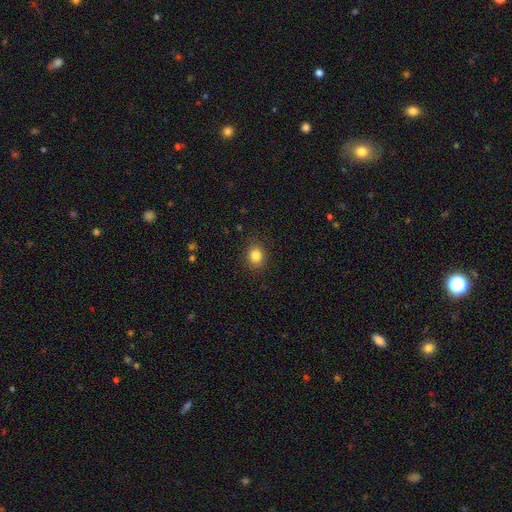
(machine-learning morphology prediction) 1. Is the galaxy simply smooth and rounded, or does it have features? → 84% smooth, 11% star or artifact, 5% featured or disk.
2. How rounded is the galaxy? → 73% round, 26% in between, 1% cigar-shaped.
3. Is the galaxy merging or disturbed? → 88% none, 8% minor disturbance, 3% major disturbance, 1% merger.